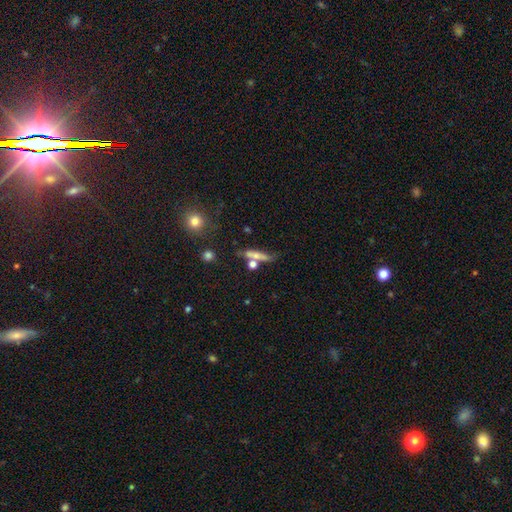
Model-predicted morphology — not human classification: Smooth or featured? Predicted: smooth (p=0.55). How rounded? Predicted: cigar-shaped (p=0.73). Merging? Predicted: none (p=0.52).